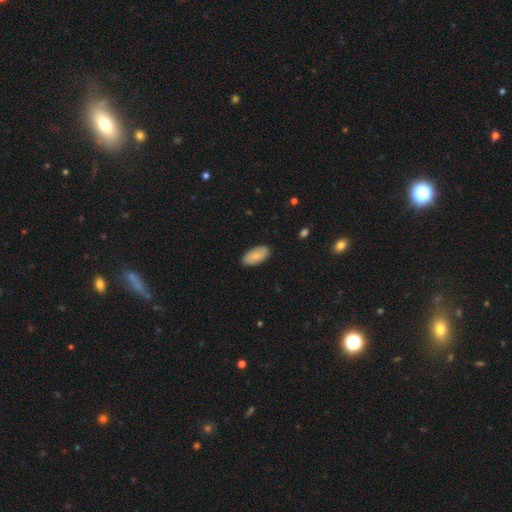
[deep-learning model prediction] smooth 87%, featured or disk 7%, star or artifact 6%. Down the decision tree: how rounded — in between (94%); merging — none (88%).